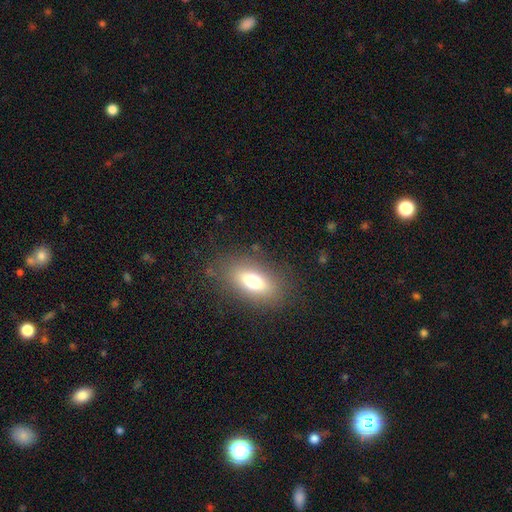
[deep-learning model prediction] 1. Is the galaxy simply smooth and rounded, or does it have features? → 72% smooth, 16% featured or disk, 12% star or artifact.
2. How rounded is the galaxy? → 84% in between, 9% cigar-shaped, 7% round.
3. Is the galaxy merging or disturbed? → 86% none, 10% minor disturbance, 3% major disturbance, 1% merger.